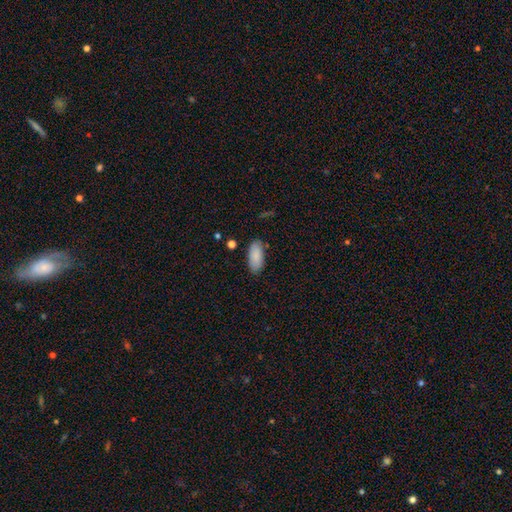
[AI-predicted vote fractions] Smooth or featured? Predicted: smooth (p=0.88). How rounded? Predicted: in between (p=0.90). Merging? Predicted: none (p=0.82).